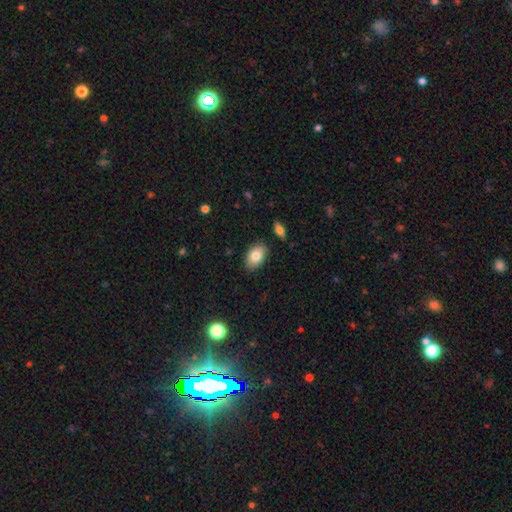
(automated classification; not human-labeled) Smooth or featured? Predicted: smooth (p=0.82). How rounded? Predicted: in between (p=0.91). Merging? Predicted: none (p=0.86).